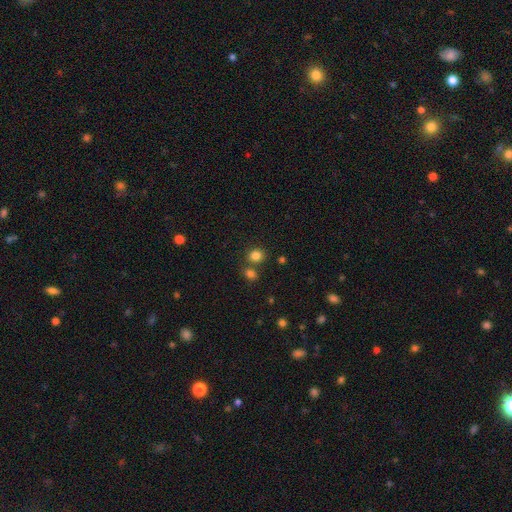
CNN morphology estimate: Smooth or featured? smooth (82%)
How rounded? round (73%)
Merging? none (68%)